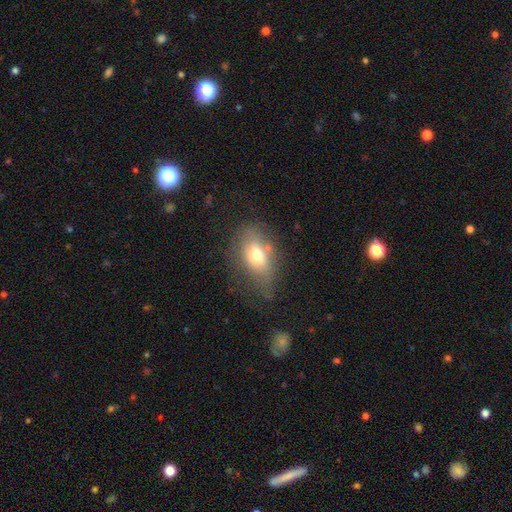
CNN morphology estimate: Smooth or featured? smooth (65%)
How rounded? in between (83%)
Merging? none (51%)